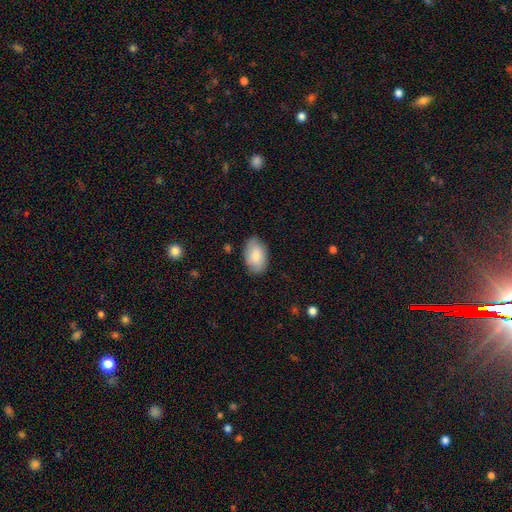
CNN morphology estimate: A smooth galaxy with no disk features (82%) that is in between round and cigar-shaped (92%). Merging: none (83%).